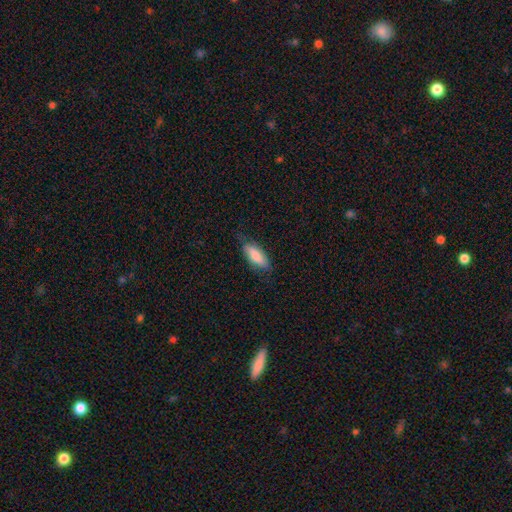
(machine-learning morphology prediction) Overall: smooth (80%). How rounded: in between (73%). Merging: none (72%).